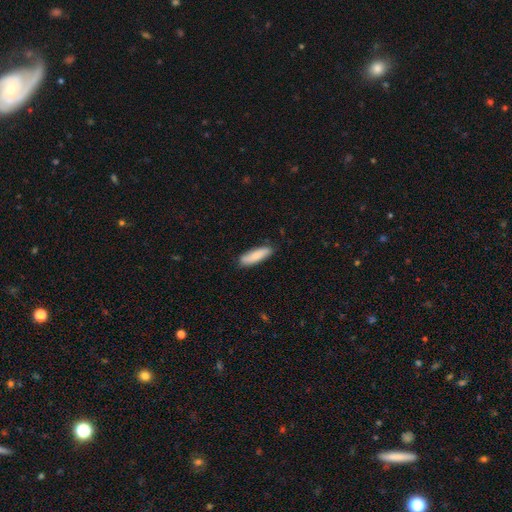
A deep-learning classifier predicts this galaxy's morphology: A smooth galaxy with no disk features (84%) that is cigar-shaped (58%).

Vote fractions:
- Smooth or featured? smooth: 84% / featured or disk: 11% / star or artifact: 6%
- How rounded? cigar-shaped: 58% / in between: 41% / round: 1%
- Merging? none: 84% / minor disturbance: 13% / major disturbance: 2% / merger: 1%